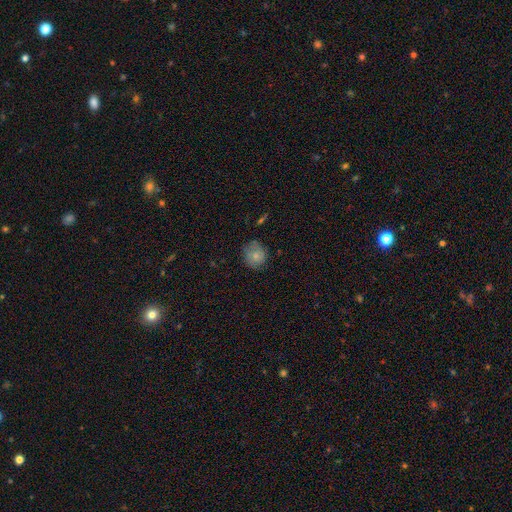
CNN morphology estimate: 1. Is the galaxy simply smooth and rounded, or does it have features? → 65% smooth, 26% featured or disk, 9% star or artifact.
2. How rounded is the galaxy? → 81% round, 18% in between, 1% cigar-shaped.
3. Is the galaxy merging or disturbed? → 72% none, 21% minor disturbance, 5% major disturbance, 2% merger.